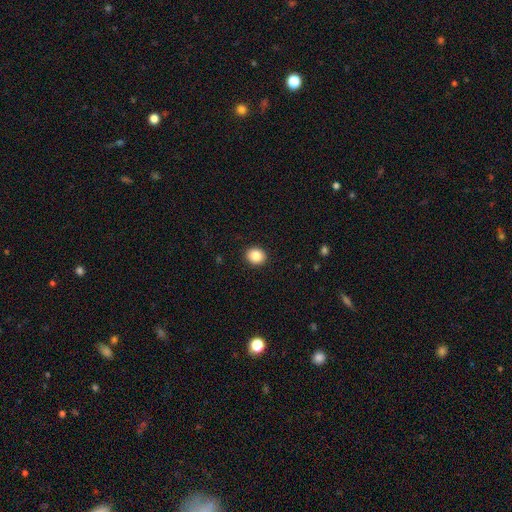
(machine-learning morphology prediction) smooth 85%, star or artifact 9%, featured or disk 5%. Down the decision tree: how rounded — round (77%); merging — none (92%).